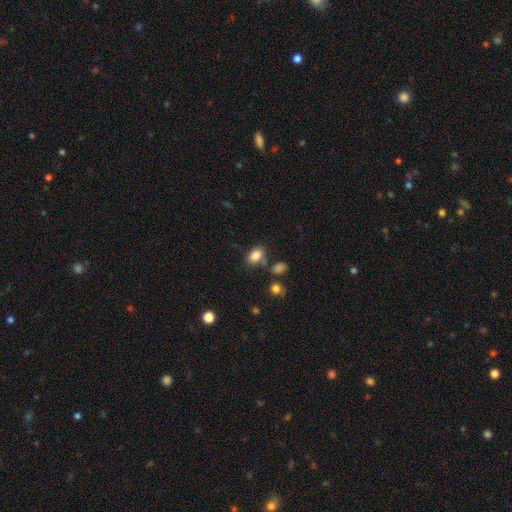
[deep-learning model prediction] Smooth or featured? smooth (83%)
How rounded? in between (78%)
Merging? none (67%)